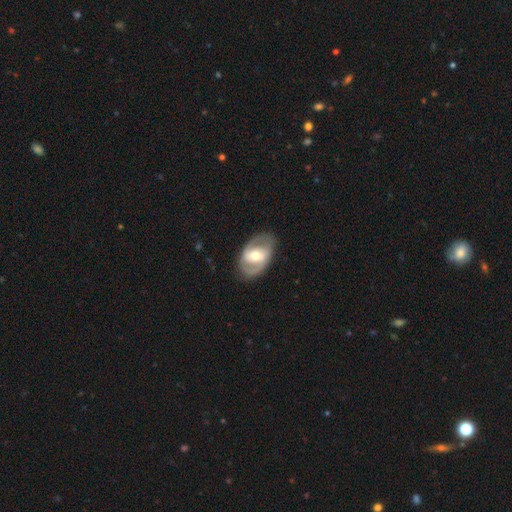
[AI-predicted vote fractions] A featured or disk galaxy (74%) with a weak bar (41%), 2 (82%) medium (47%) spiral arms (77%) and a moderate central bulge (65%).

Vote fractions:
- Smooth or featured? featured or disk: 74% / smooth: 21% / star or artifact: 5%
- Edge-on disk? no: 95% / yes: 5%
- Bar? weak: 41% / no: 30% / strong: 29%
- Spiral arms? yes: 77% / no: 23%
- Spiral winding? medium: 47% / tight: 34% / loose: 19%
- Spiral arm count? 2: 82% / can't tell: 11% / 1: 4% / 3: 2% / 4: 1% / more than 4: 1%
- Bulge size? moderate: 65% / small: 25% / large: 7% / none: 1% / dominant: 1%
- Merging? none: 80% / minor disturbance: 13% / major disturbance: 5% / merger: 1%